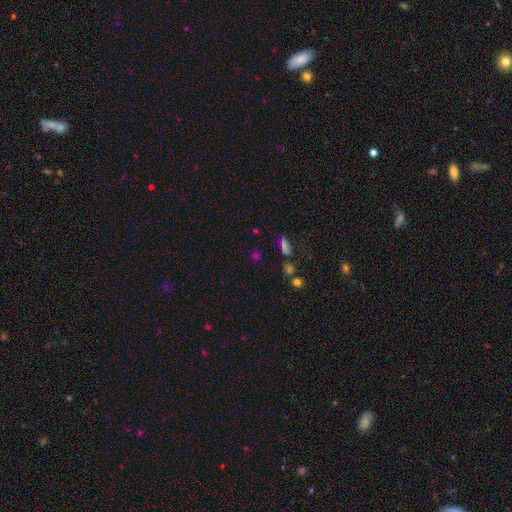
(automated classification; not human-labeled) This appears to be a smooth galaxy with no disk features (52%) that is round (66%). Merging: none (71%).